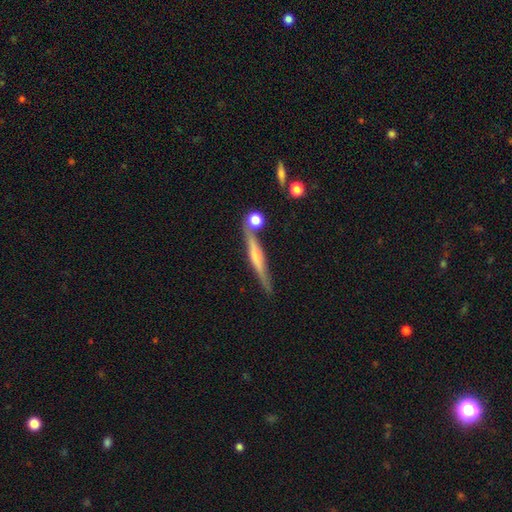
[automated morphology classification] featured or disk 66%, smooth 27%, star or artifact 8%. Down the decision tree: edge-on disk — yes (96%); edge-on bulge — rounded (60%); merging — none (78%).